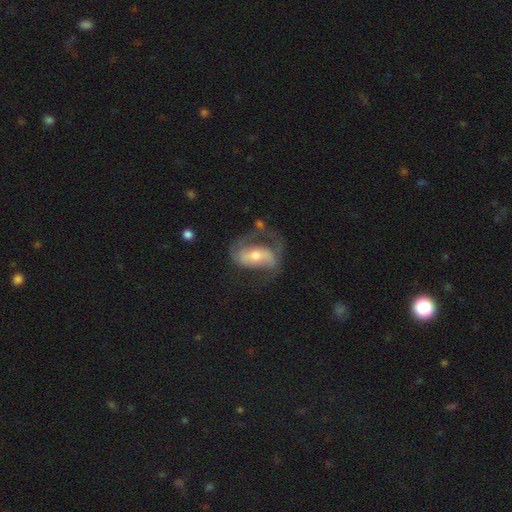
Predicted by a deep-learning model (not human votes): A featured or disk galaxy (76%) with a strong bar (42%), 2 (80%) medium (48%) spiral arms (87%) and a moderate central bulge (53%).

Vote fractions:
- Smooth or featured? featured or disk: 76% / smooth: 17% / star or artifact: 6%
- Edge-on disk? no: 95% / yes: 5%
- Bar? strong: 42% / weak: 34% / no: 25%
- Spiral arms? yes: 87% / no: 13%
- Spiral winding? medium: 48% / loose: 33% / tight: 19%
- Spiral arm count? 2: 80% / can't tell: 8% / 1: 8% / 3: 2% / 4: 1% / more than 4: 1%
- Bulge size? moderate: 53% / small: 38% / large: 6% / none: 2% / dominant: 1%
- Merging? none: 48% / major disturbance: 29% / minor disturbance: 20% / merger: 4%